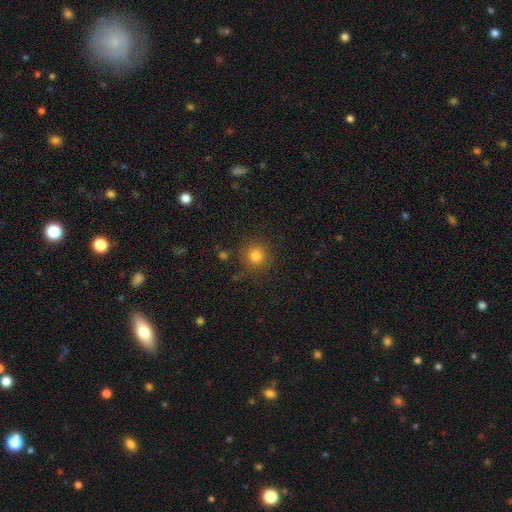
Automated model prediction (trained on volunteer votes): This is clearly a smooth galaxy (82%). How rounded: clearly round (94%). Merging: clearly none (87%).